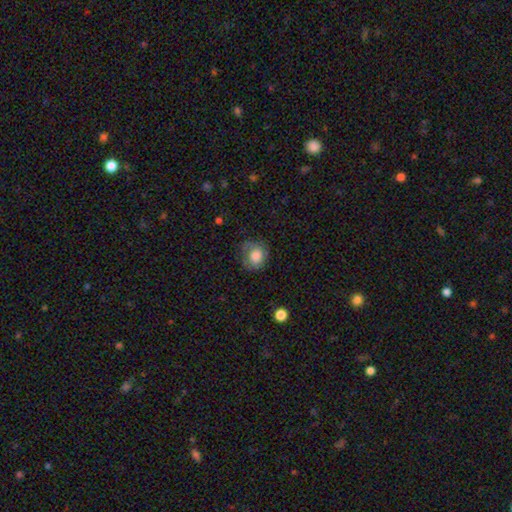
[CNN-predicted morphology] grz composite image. It shows a smooth galaxy with no disk features (73%) that is round (72%). Merging: none (62%).